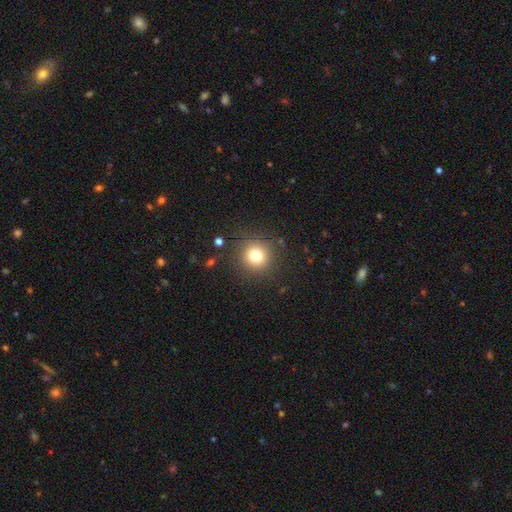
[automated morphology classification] type=smooth (77%); roundness=round (94%); merging=none (87%).